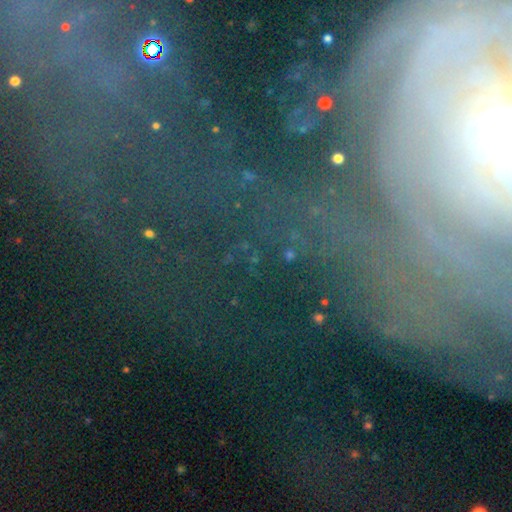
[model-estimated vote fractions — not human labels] This appears to be a featured or disk galaxy (46%). Merging: none (67%).